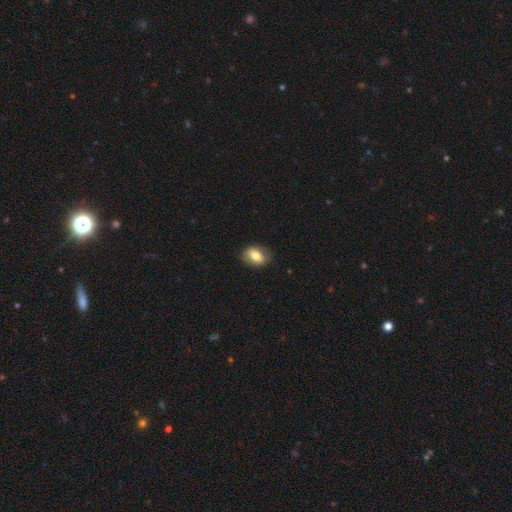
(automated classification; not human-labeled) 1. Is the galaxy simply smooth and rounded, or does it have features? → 75% smooth, 18% featured or disk, 8% star or artifact.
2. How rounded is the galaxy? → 78% in between, 20% round, 2% cigar-shaped.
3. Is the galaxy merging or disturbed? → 82% none, 14% minor disturbance, 3% major disturbance, 1% merger.